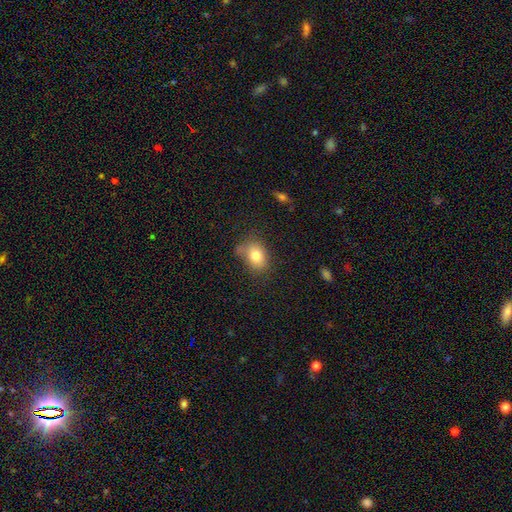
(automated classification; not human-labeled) This appears to be a smooth galaxy with no disk features (79%) that is in between round and cigar-shaped (67%). Merging: none (58%).